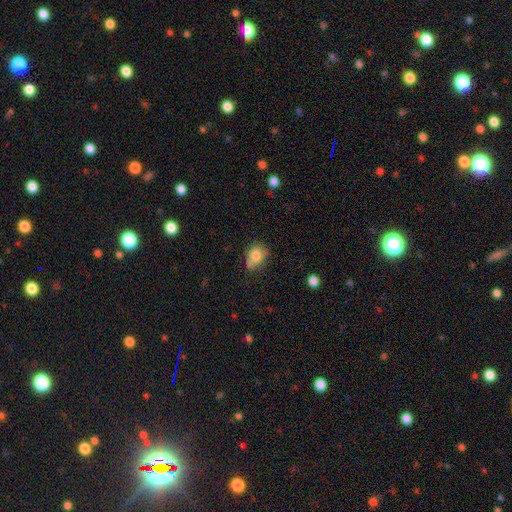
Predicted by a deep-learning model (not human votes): Morphology: type=smooth (78%); roundness=round (57%); merging=none (55%).